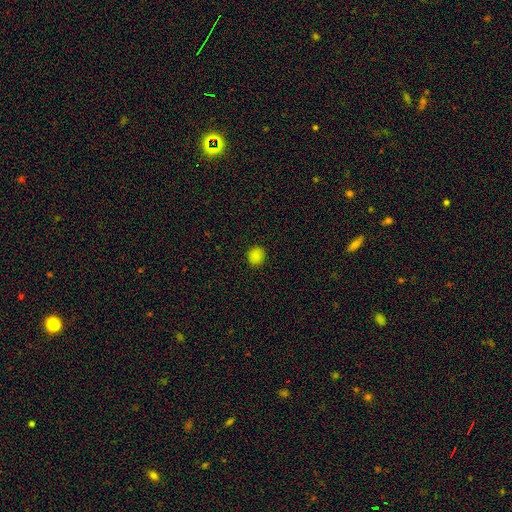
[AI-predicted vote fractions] Smooth or featured?
  - smooth: 85% *
  - star or artifact: 12%
  - featured or disk: 3%
How rounded?
  - round: 86% *
  - in between: 13%
  - cigar-shaped: 1%
Merging?
  - none: 91% *
  - minor disturbance: 6%
  - major disturbance: 2%
  - merger: 1%